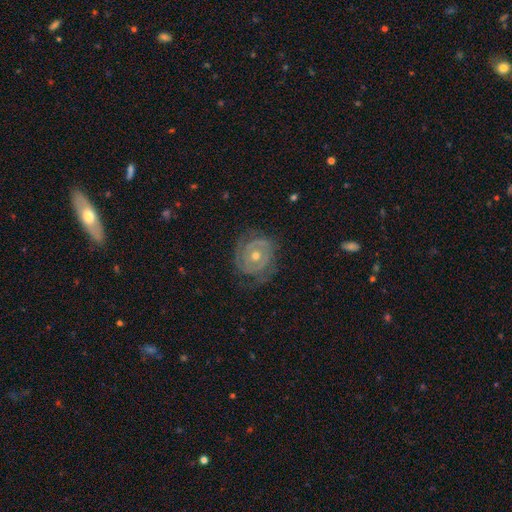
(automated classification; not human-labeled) Q: Smooth or featured?
A: featured or disk (85%); runner-up: smooth (9%)
Q: Edge-on disk?
A: no (97%); runner-up: yes (3%)
Q: Bar?
A: no (74%); runner-up: weak (20%)
Q: Spiral arms?
A: yes (91%); runner-up: no (9%)
Q: Spiral winding?
A: tight (76%); runner-up: medium (19%)
Q: Spiral arm count?
A: 2 (54%); runner-up: can't tell (22%)
Q: Bulge size?
A: moderate (62%); runner-up: small (35%)
Q: Merging?
A: none (73%); runner-up: minor disturbance (18%)